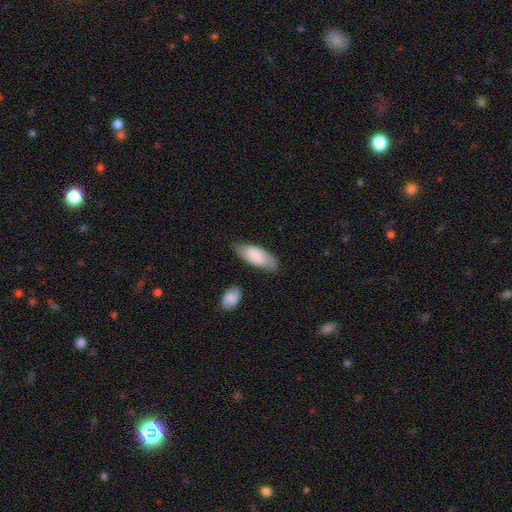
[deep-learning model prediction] This is likely a smooth galaxy (77%). How rounded: clearly in between (84%). Merging: likely none (72%).